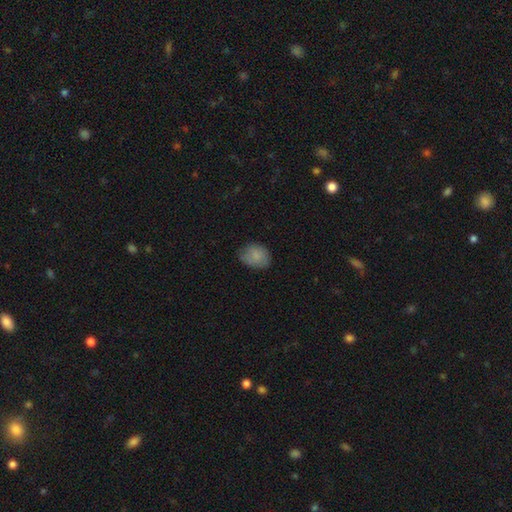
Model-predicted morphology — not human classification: Smooth or featured? smooth (82%)
How rounded? in between (61%)
Merging? none (70%)